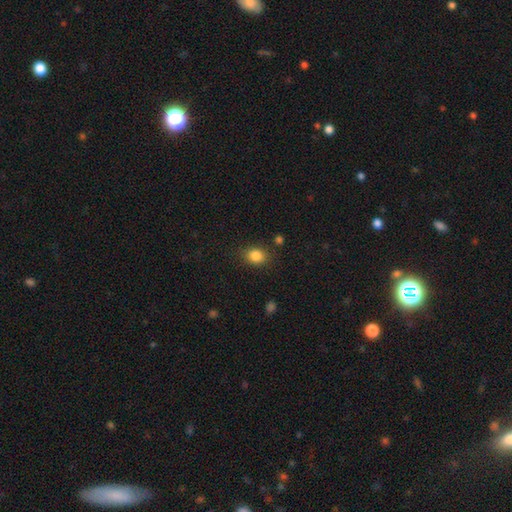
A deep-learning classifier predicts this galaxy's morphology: smooth_or_featured: smooth (p=0.85) [alt: star or artifact p=0.10]
how_rounded: round (p=0.50) [alt: in between p=0.49]
merging: none (p=0.82) [alt: minor disturbance p=0.12]